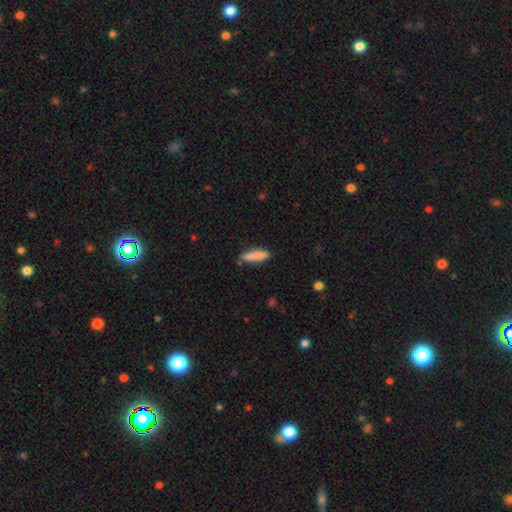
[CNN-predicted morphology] The model was most divided on "how rounded": cigar-shaped: 74%, in between: 25%, round: 2%. More confident: smooth or featured — smooth (84%); merging — none (80%).